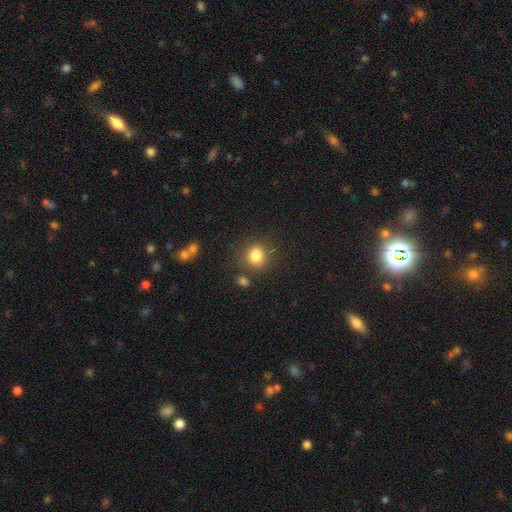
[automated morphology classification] A smooth galaxy with no disk features (83%) that is round (76%). Merging: none (77%).